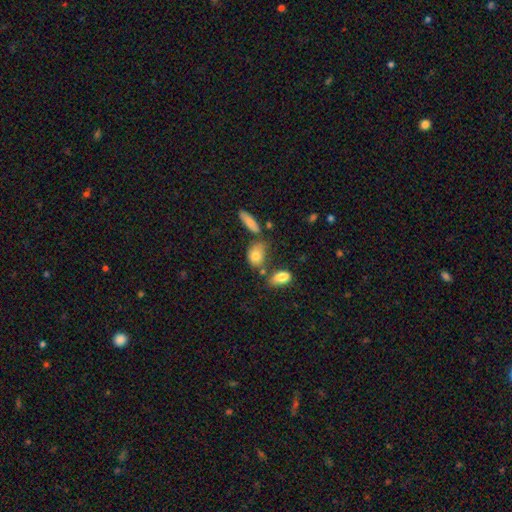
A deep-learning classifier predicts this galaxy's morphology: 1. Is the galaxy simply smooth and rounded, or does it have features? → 80% smooth, 11% featured or disk, 9% star or artifact.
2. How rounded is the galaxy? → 75% in between, 21% round, 4% cigar-shaped.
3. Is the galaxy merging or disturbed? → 50% none, 23% minor disturbance, 18% merger, 9% major disturbance.